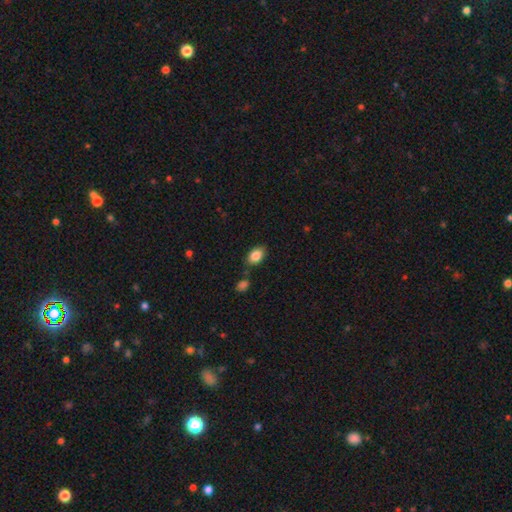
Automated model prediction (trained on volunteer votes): A smooth galaxy with no disk features (86%) that is in between round and cigar-shaped (85%). Merging: none (76%).